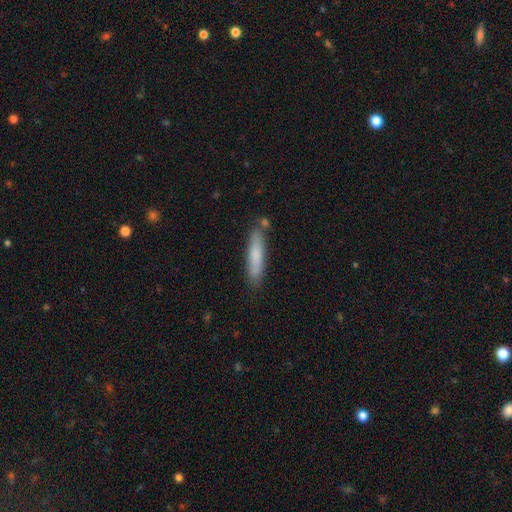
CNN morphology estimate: Overall: smooth (76%). How rounded: cigar-shaped (86%). Merging: none (79%).